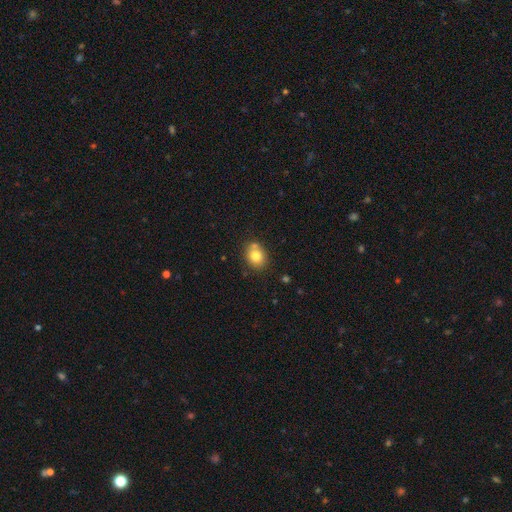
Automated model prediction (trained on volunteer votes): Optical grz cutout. It shows a smooth galaxy with no disk features (78%) that is round (59%). Merging: none (67%).